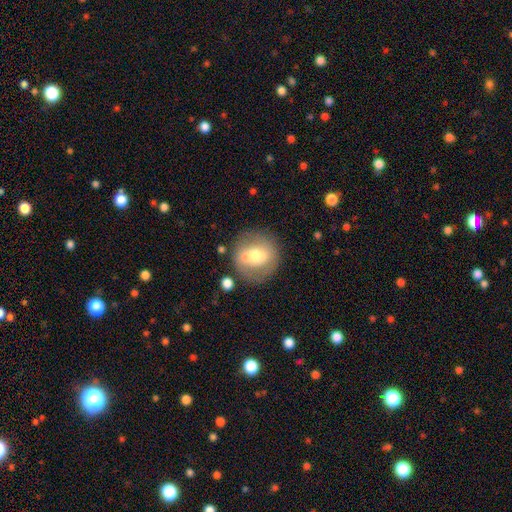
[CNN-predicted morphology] Smooth or featured? smooth (52%)
How rounded? round (88%)
Merging? none (72%)